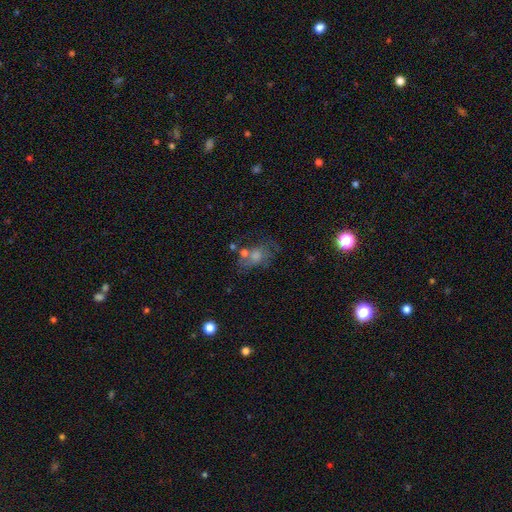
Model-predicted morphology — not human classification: The model was most divided on "smooth or featured": smooth: 39%, featured or disk: 36%, star or artifact: 25%. More confident: merging — none (52%).